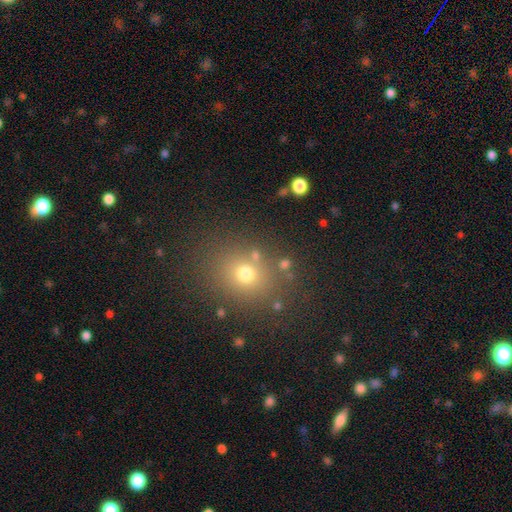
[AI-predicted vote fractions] This is likely a smooth galaxy (64%). How rounded: likely round (61%). Merging: clearly none (81%).